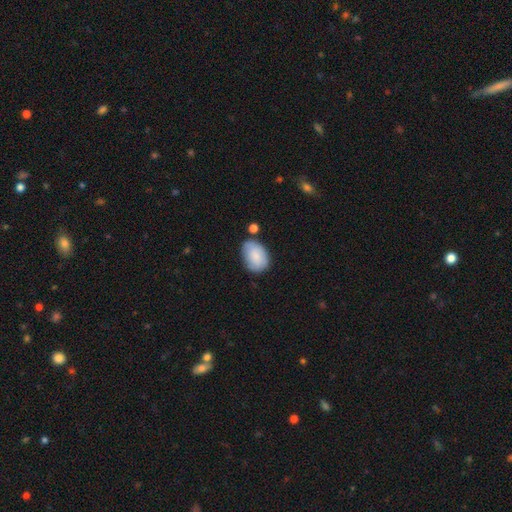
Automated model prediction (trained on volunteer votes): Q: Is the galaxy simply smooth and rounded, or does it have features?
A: smooth — 81%.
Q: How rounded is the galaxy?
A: in between — 82%.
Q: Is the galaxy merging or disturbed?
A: none — 63%.